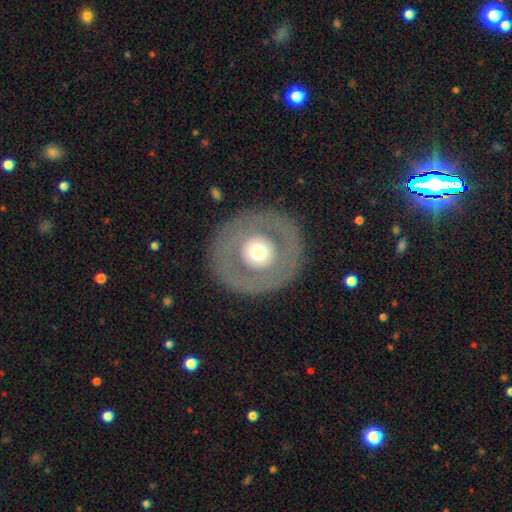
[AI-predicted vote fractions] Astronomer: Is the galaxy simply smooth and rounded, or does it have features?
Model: featured or disk — 51% (runner-up: smooth, 42%).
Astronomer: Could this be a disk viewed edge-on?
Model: no — 95%.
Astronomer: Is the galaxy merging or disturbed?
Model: none — 85%.